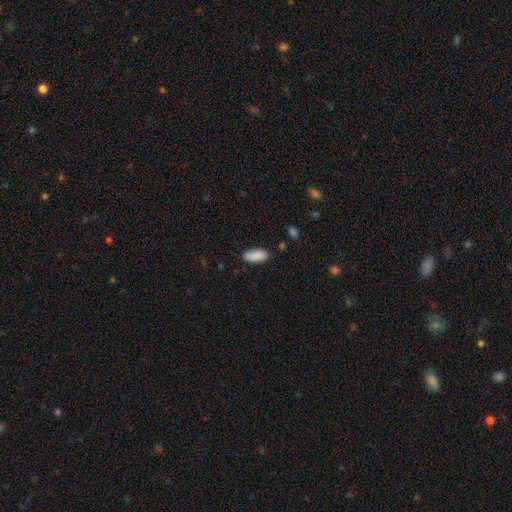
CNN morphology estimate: Smooth or featured: smooth — 90% (star or artifact — 6%)
How rounded: in between — 81% (cigar-shaped — 17%)
Merging: none — 87% (minor disturbance — 9%)